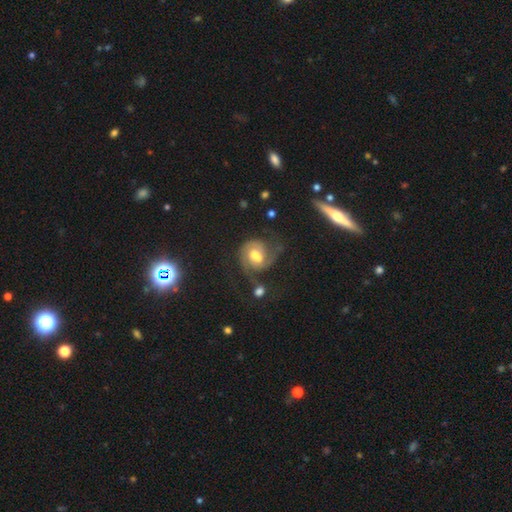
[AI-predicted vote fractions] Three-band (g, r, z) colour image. It shows a featured or disk galaxy (73%) with a weak bar (50%), 2 (71%) medium (46%) spiral arms (90%) and a moderate central bulge (58%). Merging: none (45%).